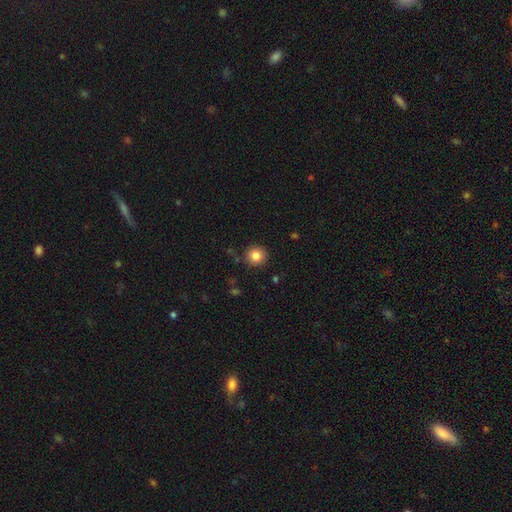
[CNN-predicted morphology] type=smooth (83%); roundness=round (94%); merging=none (89%).